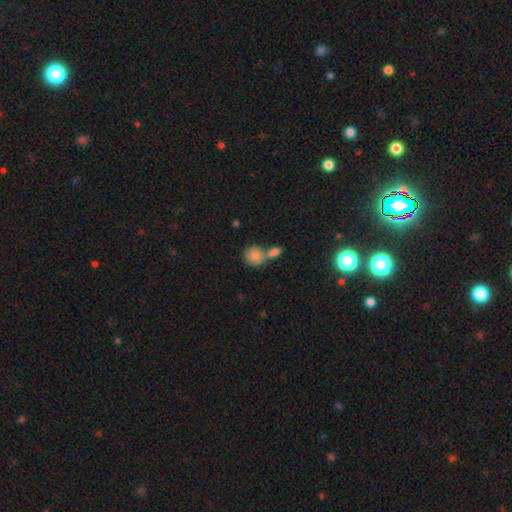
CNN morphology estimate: Smooth or featured? Predicted: smooth (p=0.85). How rounded? Predicted: round (p=0.73). Merging? Predicted: merger (p=0.52).